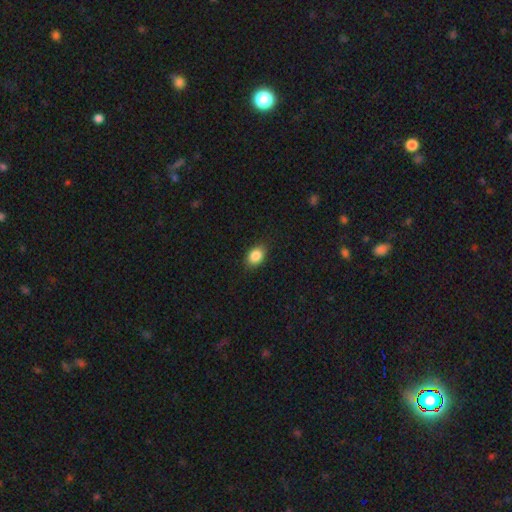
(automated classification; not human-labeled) Smooth or featured? Predicted: smooth (p=0.86). How rounded? Predicted: in between (p=0.78). Merging? Predicted: none (p=0.87).